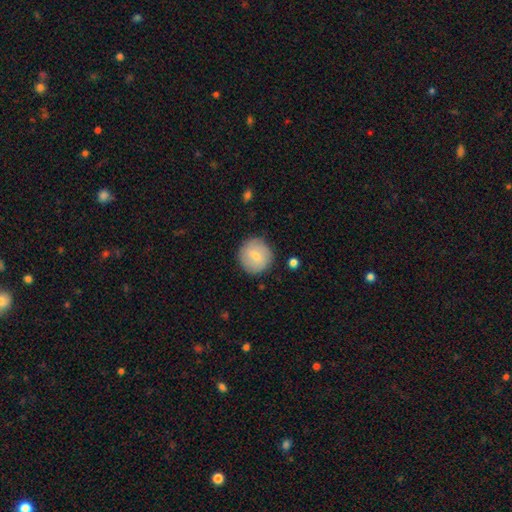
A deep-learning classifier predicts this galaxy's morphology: A smooth galaxy with no disk features (74%) that is round (94%).

Vote fractions:
- Smooth or featured? smooth: 74% / featured or disk: 20% / star or artifact: 6%
- How rounded? round: 94% / in between: 5% / cigar-shaped: 1%
- Merging? none: 85% / minor disturbance: 11% / major disturbance: 3% / merger: 2%